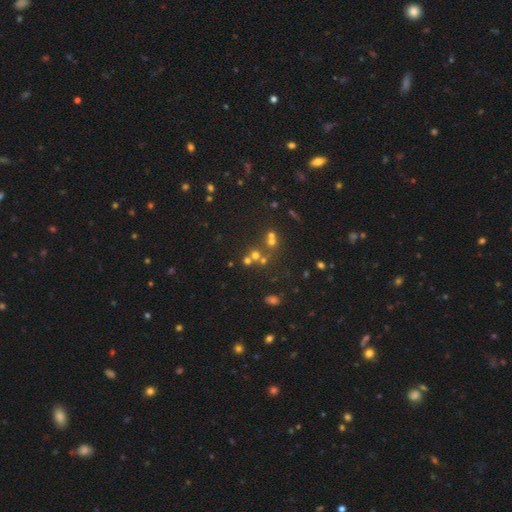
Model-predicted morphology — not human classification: Smooth or featured? Predicted: smooth (p=0.49). Merging? Predicted: none (p=0.50).